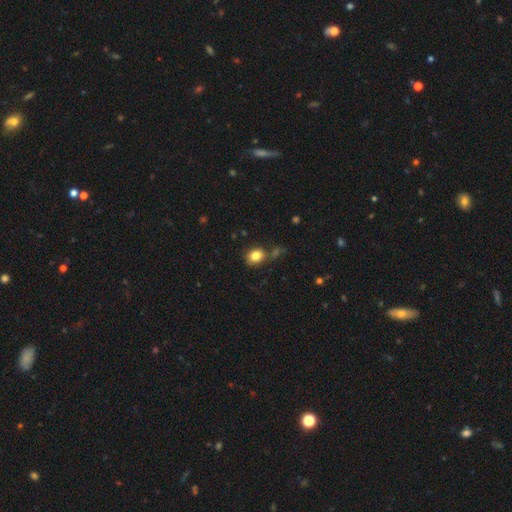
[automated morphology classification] This appears to be a smooth galaxy with no disk features (83%) that is in between round and cigar-shaped (51%). Merging: none (72%).